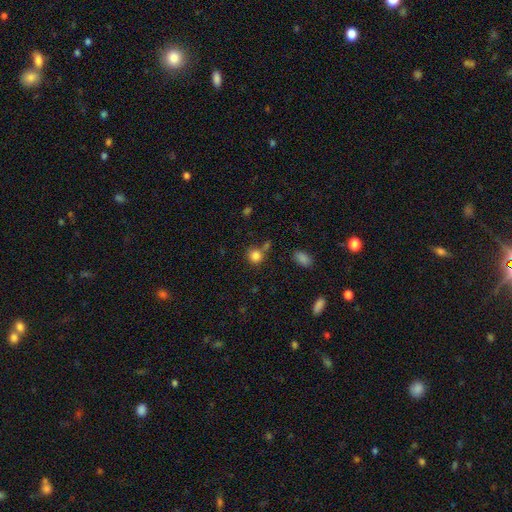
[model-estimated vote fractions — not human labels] Smooth or featured?
  - smooth: 83% *
  - star or artifact: 12%
  - featured or disk: 6%
How rounded?
  - round: 82% *
  - in between: 17%
  - cigar-shaped: 1%
Merging?
  - none: 66% *
  - merger: 16%
  - minor disturbance: 13%
  - major disturbance: 5%